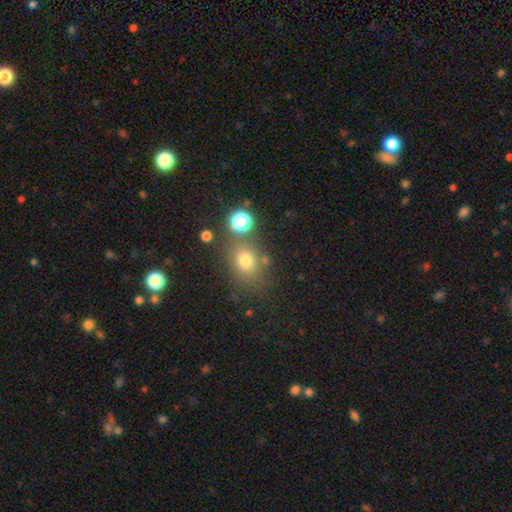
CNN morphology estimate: Overall: smooth (59%; star or artifact 31%). How rounded: round (65%; in between 34%). Merging: none (73%).